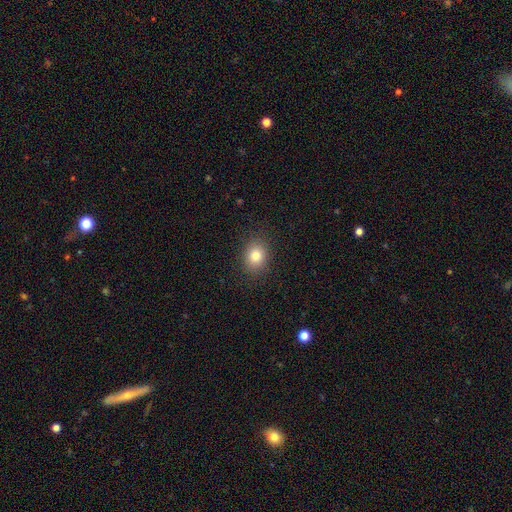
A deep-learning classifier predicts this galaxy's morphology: smooth_or_featured: smooth (p=0.80) [alt: star or artifact p=0.12]
how_rounded: round (p=0.56) [alt: in between p=0.43]
merging: none (p=0.88) [alt: minor disturbance p=0.08]